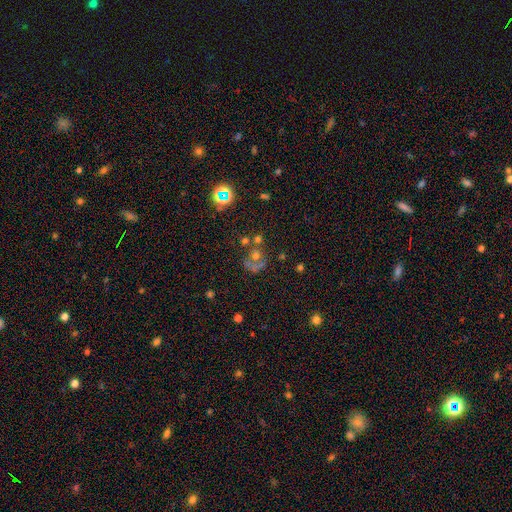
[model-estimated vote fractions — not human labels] Smooth or featured? Predicted: smooth (p=0.45). Merging? Predicted: none (p=0.38).